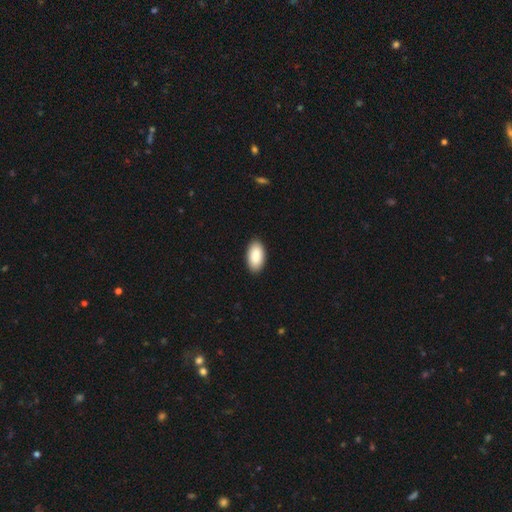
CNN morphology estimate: This appears to be a smooth galaxy with no disk features (91%) that is in between round and cigar-shaped (96%). Merging: none (90%).